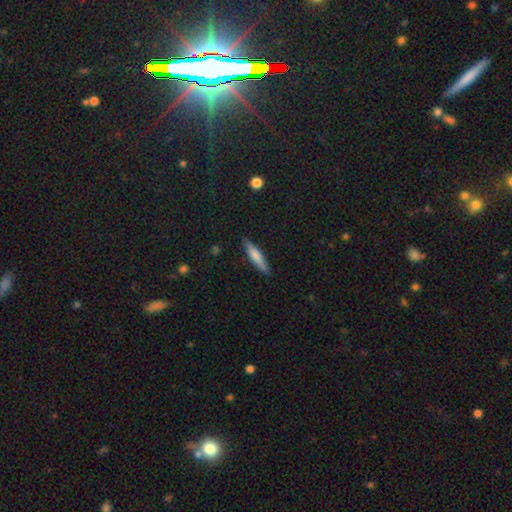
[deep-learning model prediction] Smooth or featured? Predicted: smooth (p=0.65). How rounded? Predicted: cigar-shaped (p=0.86). Merging? Predicted: none (p=0.88).